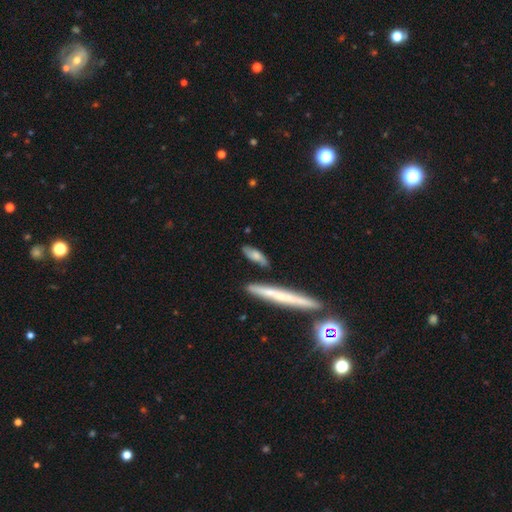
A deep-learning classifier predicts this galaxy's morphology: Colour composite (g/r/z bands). It shows a smooth galaxy with no disk features (60%) that is in between round and cigar-shaped (53%). Merging: none (74%).